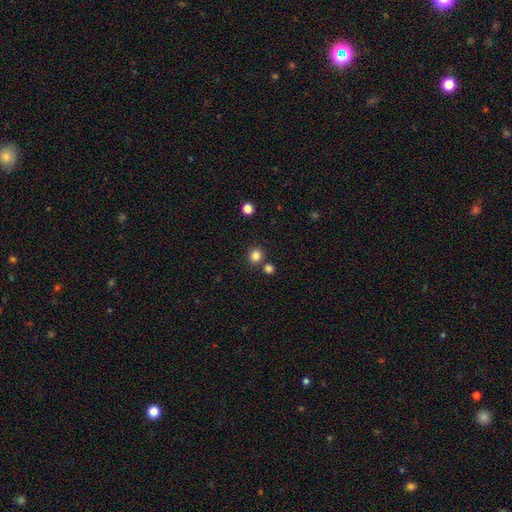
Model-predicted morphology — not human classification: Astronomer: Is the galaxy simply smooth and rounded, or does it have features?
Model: smooth — 84%.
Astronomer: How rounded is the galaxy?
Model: round — 92%.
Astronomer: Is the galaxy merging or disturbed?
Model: none — 80%.